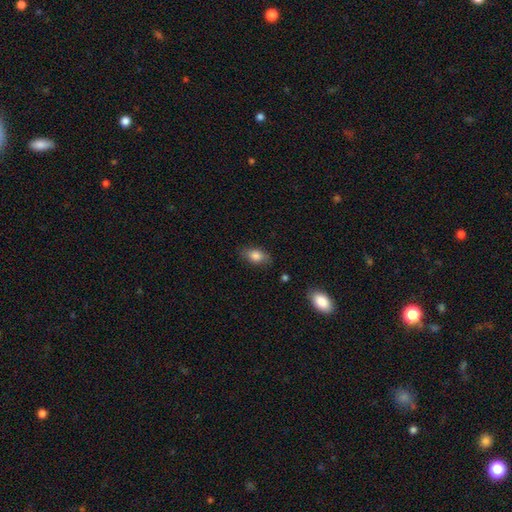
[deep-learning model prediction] smooth-or-featured: smooth: 81% | featured or disk: 11% | star or artifact: 8%
  how-rounded: in between: 85% | round: 11% | cigar-shaped: 4%
  merging: none: 80% | minor disturbance: 15% | major disturbance: 3% | merger: 2%